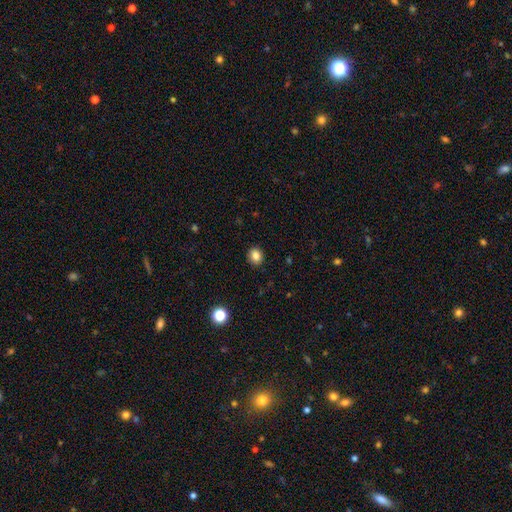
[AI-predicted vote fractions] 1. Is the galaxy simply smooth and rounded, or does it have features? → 84% smooth, 11% star or artifact, 5% featured or disk.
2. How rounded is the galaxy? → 72% round, 28% in between, 1% cigar-shaped.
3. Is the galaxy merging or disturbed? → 91% none, 6% minor disturbance, 2% major disturbance, 1% merger.